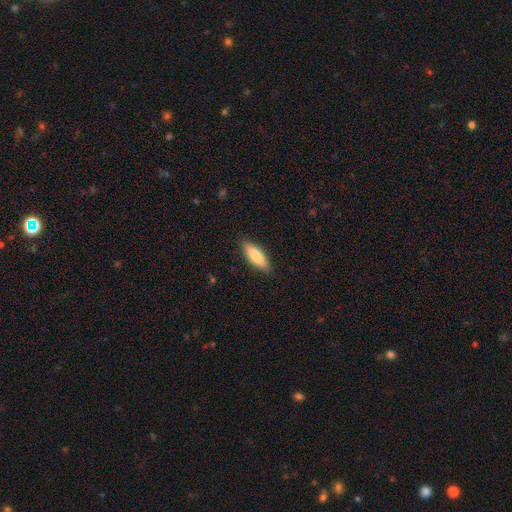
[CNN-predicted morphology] smooth 79%, featured or disk 15%, star or artifact 5%. Down the decision tree: how rounded — in between (52%); merging — none (88%).